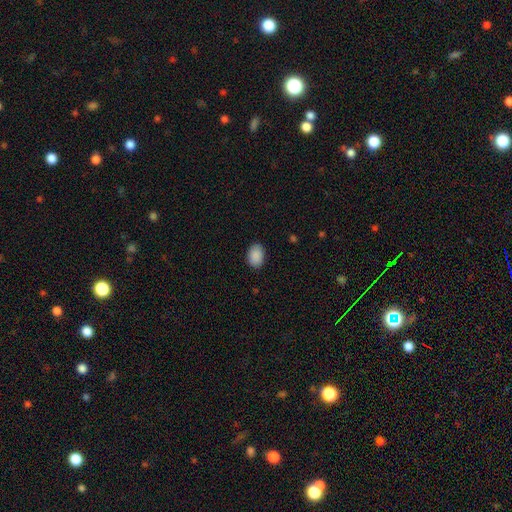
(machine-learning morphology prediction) This is clearly a smooth galaxy (90%). How rounded: clearly in between (84%). Merging: clearly none (87%).